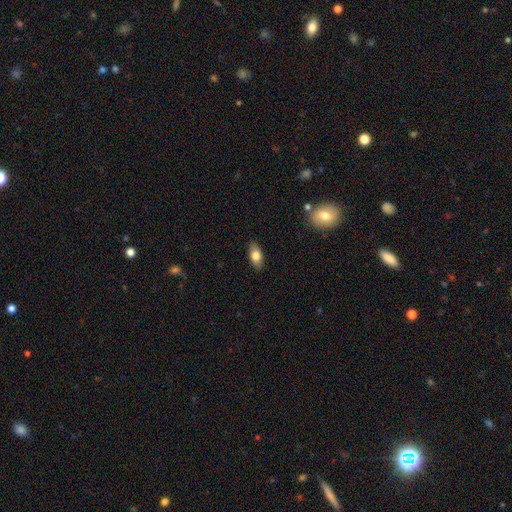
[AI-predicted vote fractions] This is likely a smooth galaxy (75%). How rounded: clearly in between (87%). Merging: clearly none (87%).